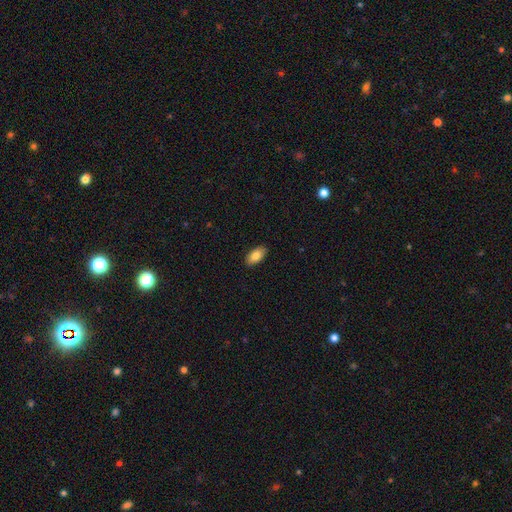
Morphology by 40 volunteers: smooth_or_featured: smooth (p=0.85) [alt: featured or disk p=0.07]
how_rounded: in between (p=1.00)
merging: none (p=0.92) [alt: minor disturbance p=0.08]